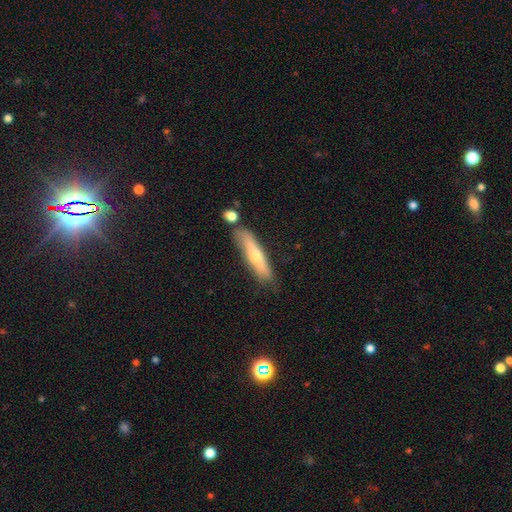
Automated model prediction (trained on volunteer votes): The model was most divided on "smooth or featured": smooth: 53%, featured or disk: 41%, star or artifact: 6%. More confident: how rounded — cigar-shaped (83%); merging — none (70%).